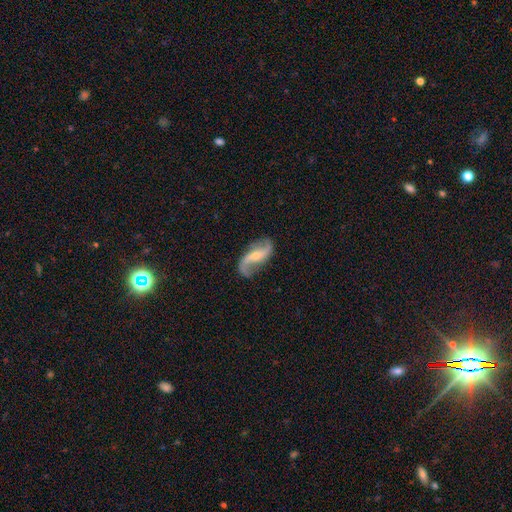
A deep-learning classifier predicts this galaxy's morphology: Smooth or featured: featured or disk — 88% (smooth — 7%)
Edge-on disk: no — 96% (yes — 4%)
Bar: no — 41% (weak — 34%)
Spiral arms: yes — 96% (no — 4%)
Spiral winding: loose — 80% (medium — 15%)
Spiral arm count: 2 — 93% (1 — 3%)
Bulge size: small — 56% (moderate — 39%)
Merging: none — 78% (minor disturbance — 14%)